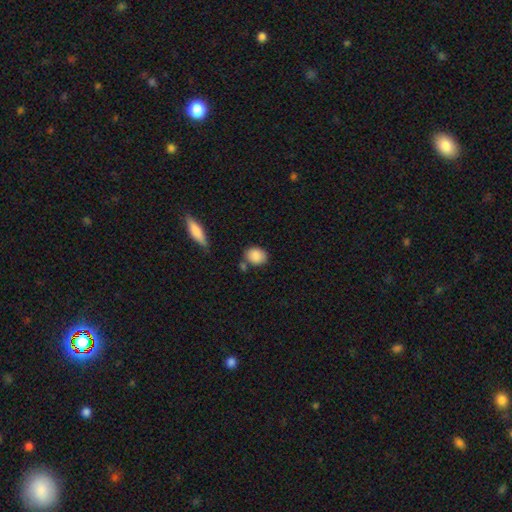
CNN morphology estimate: Smooth or featured?
  - smooth: 87% *
  - star or artifact: 7%
  - featured or disk: 5%
How rounded?
  - in between: 49% * (tied)
  - round: 49% * (tied)
  - cigar-shaped: 2%
Merging?
  - none: 70% *
  - minor disturbance: 16%
  - merger: 10%
  - major disturbance: 4%